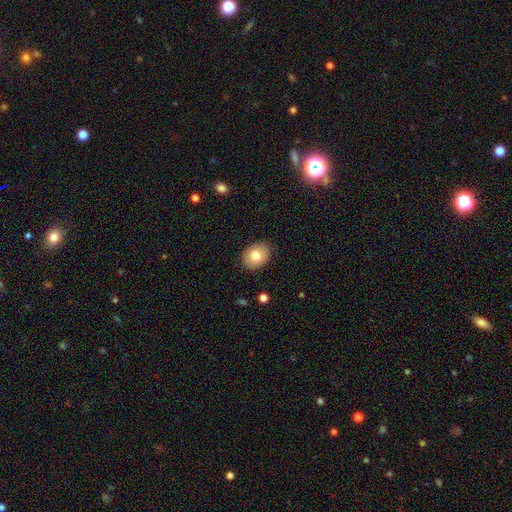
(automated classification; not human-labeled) Smooth or featured? smooth (79%)
How rounded? in between (61%)
Merging? none (88%)